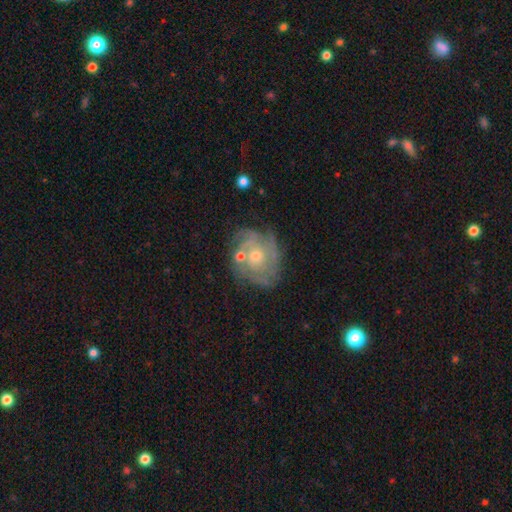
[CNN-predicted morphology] This appears to be a featured or disk galaxy (75%) with no bar (80%), tight (64%) spiral arms (84%) and a moderate central bulge (50%). Merging: none (65%).